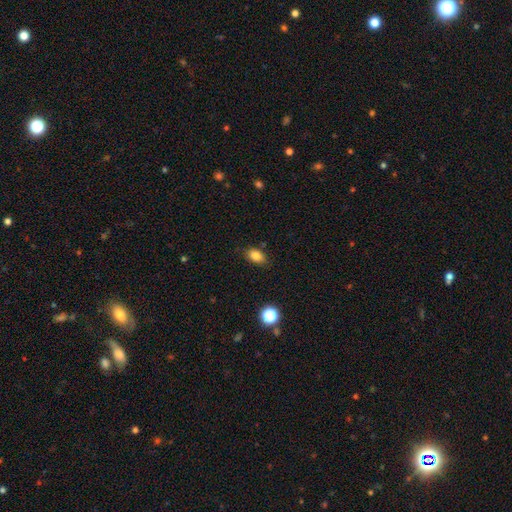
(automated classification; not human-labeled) Morphology: type=smooth (83%); roundness=in between (84%); merging=none (81%).